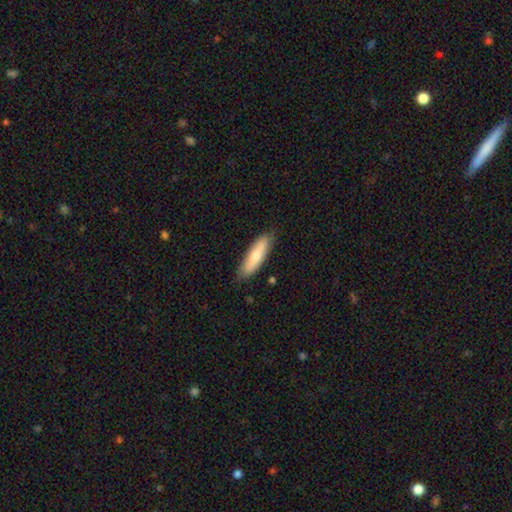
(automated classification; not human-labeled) Q: Smooth or featured?
A: smooth (72%); runner-up: featured or disk (23%)
Q: How rounded?
A: cigar-shaped (56%); runner-up: in between (42%)
Q: Merging?
A: none (83%); runner-up: minor disturbance (14%)